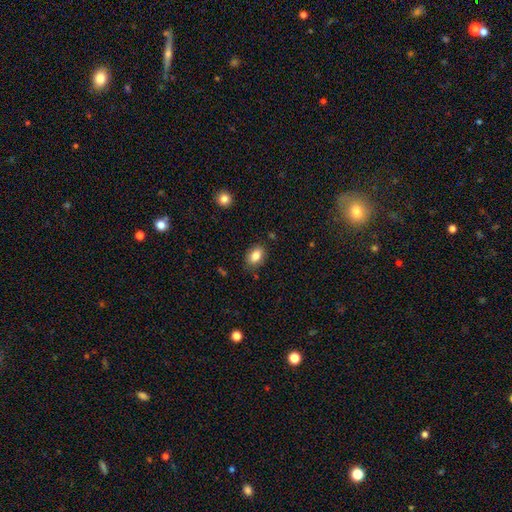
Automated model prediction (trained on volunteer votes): This is clearly a smooth galaxy (84%). How rounded: likely in between (79%). Merging: clearly none (83%).